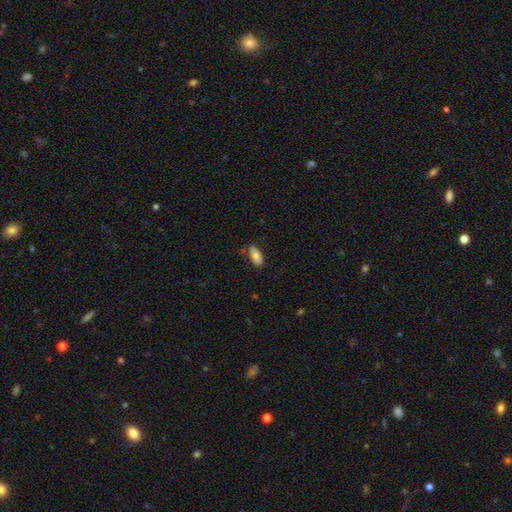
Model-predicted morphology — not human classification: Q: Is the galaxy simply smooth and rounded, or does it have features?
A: smooth — 78%.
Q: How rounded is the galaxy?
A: in between — 91%.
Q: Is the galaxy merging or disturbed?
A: none — 77%.